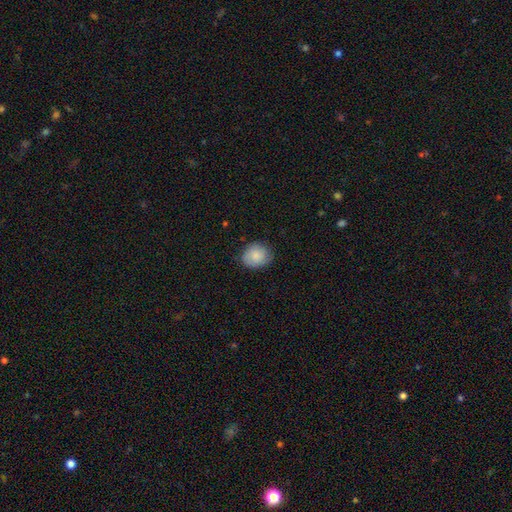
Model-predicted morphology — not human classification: Smooth or featured? smooth (81%)
How rounded? round (65%)
Merging? none (71%)